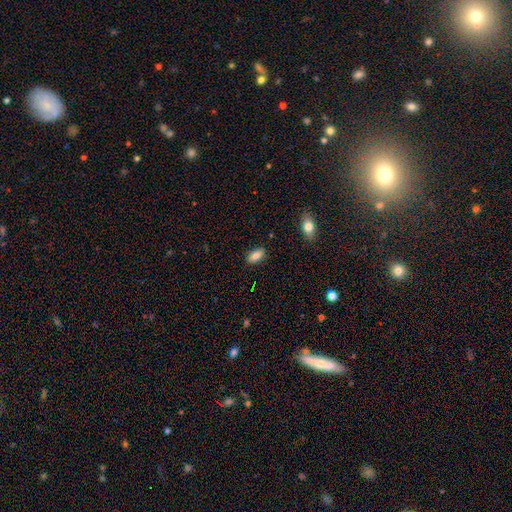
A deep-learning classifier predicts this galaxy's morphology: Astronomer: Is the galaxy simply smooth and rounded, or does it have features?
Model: smooth — 83%.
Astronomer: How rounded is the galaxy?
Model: in between — 91%.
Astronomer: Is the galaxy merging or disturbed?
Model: none — 87%.